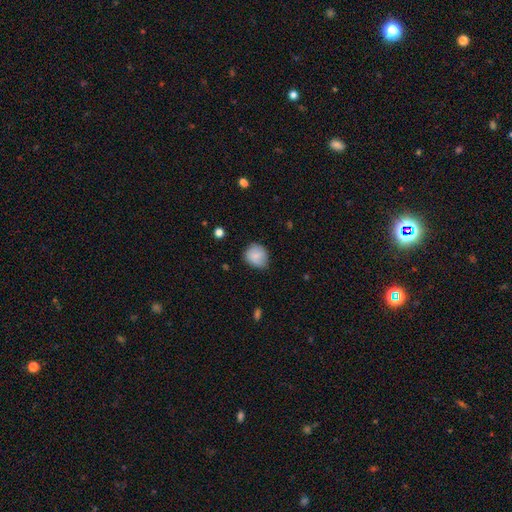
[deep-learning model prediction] Smooth or featured? smooth (83%)
How rounded? round (75%)
Merging? none (69%)